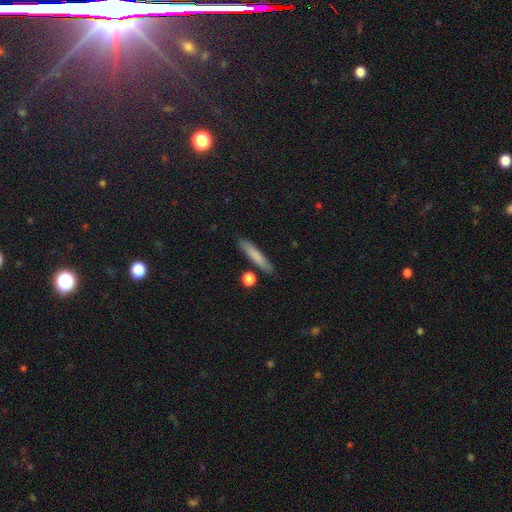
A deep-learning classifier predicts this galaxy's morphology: Q: Smooth or featured?
A: smooth (76%); runner-up: featured or disk (17%)
Q: How rounded?
A: cigar-shaped (90%); runner-up: in between (8%)
Q: Merging?
A: none (84%); runner-up: minor disturbance (10%)